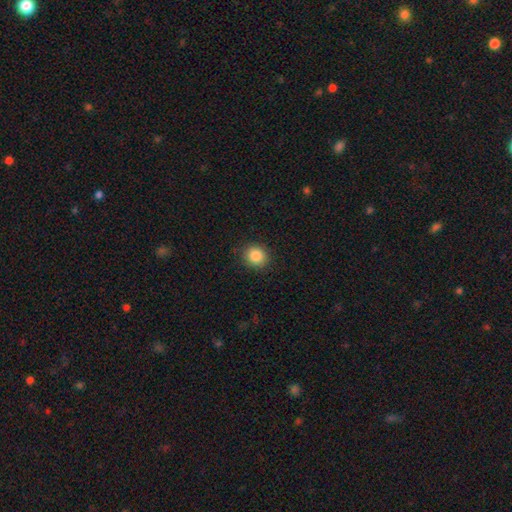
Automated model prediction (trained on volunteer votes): Q: Smooth or featured?
A: smooth (86%); runner-up: star or artifact (10%)
Q: How rounded?
A: round (84%); runner-up: in between (15%)
Q: Merging?
A: none (89%); runner-up: minor disturbance (8%)